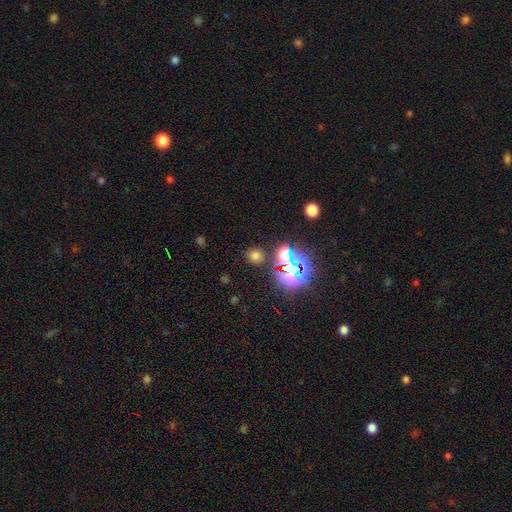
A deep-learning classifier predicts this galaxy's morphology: A smooth galaxy with no disk features (60%) that is round (84%).

Vote fractions:
- Smooth or featured? smooth: 60% / star or artifact: 34% / featured or disk: 6%
- How rounded? round: 84% / in between: 15% / cigar-shaped: 1%
- Merging? none: 83% / minor disturbance: 8% / merger: 5% / major disturbance: 4%